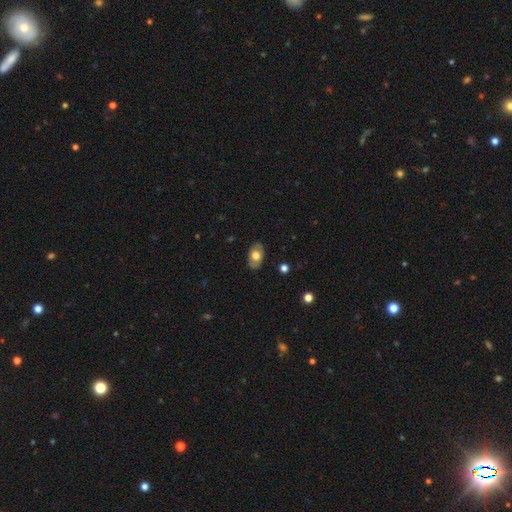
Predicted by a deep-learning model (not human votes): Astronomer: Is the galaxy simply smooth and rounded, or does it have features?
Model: smooth — 64%.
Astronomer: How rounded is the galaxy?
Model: in between — 90%.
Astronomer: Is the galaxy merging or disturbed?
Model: none — 85%.